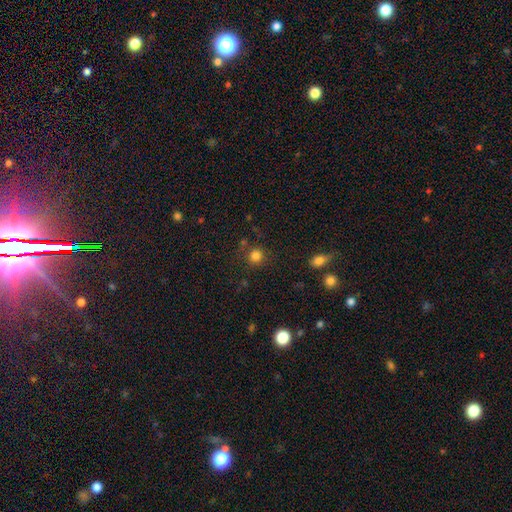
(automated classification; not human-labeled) smooth_or_featured: smooth (p=0.82) [alt: star or artifact p=0.13]
how_rounded: round (p=0.89) [alt: in between p=0.10]
merging: none (p=0.80) [alt: minor disturbance p=0.10]